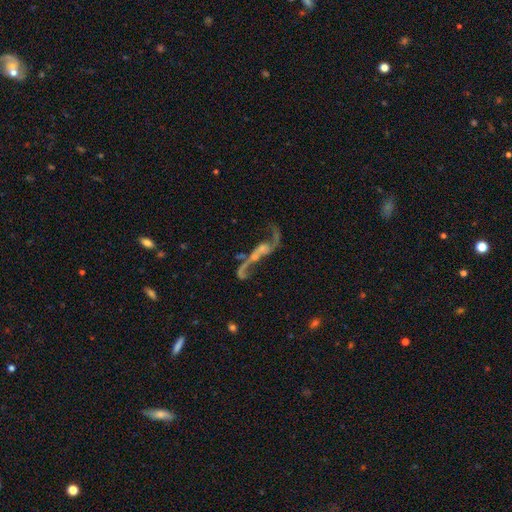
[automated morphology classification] featured or disk 79%, star or artifact 12%, smooth 9%. Down the decision tree: edge-on disk — no (88%); bar — no (56%); spiral arms — yes (83%); spiral arm count — 2 (86%); spiral winding — loose (92%); bulge size — small (41%); merging — none (41%).